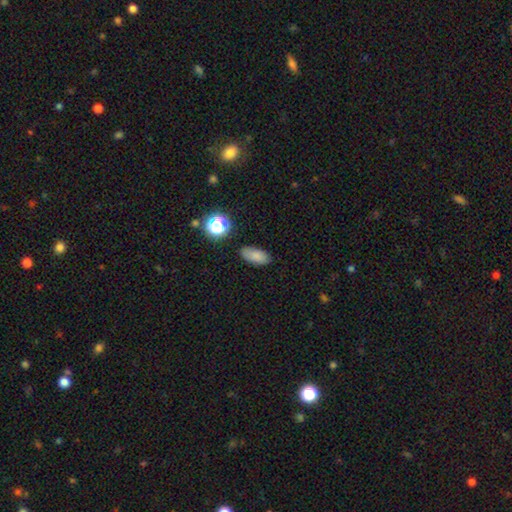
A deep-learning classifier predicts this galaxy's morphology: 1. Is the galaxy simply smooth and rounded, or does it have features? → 80% smooth, 12% star or artifact, 8% featured or disk.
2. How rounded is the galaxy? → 88% in between, 6% round, 6% cigar-shaped.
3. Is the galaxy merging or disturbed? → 81% none, 13% minor disturbance, 3% major disturbance, 2% merger.